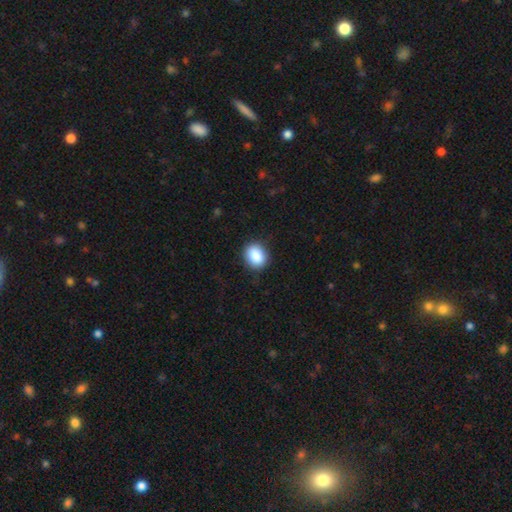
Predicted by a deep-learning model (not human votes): The model was most divided on "how rounded": round: 53%, in between: 46%, cigar-shaped: 1%. More confident: smooth or featured — smooth (87%); merging — none (86%).